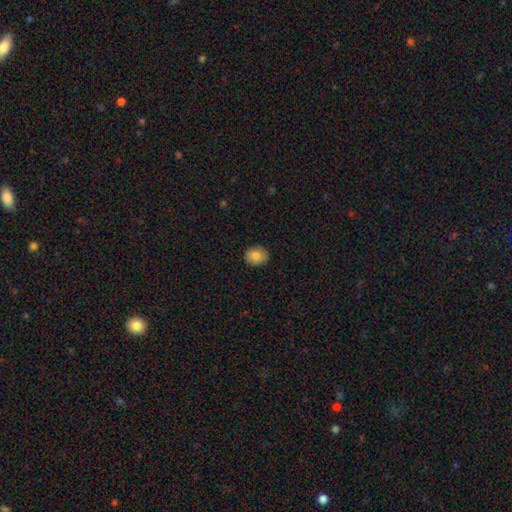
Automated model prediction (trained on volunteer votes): The model was most divided on "how rounded": round: 72%, in between: 27%, cigar-shaped: 1%. More confident: merging — none (85%); smooth or featured — smooth (78%).